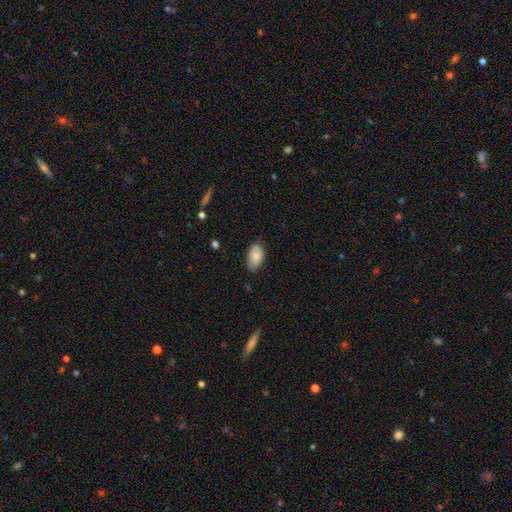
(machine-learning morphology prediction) A smooth galaxy with no disk features (82%) that is in between round and cigar-shaped (94%).

Vote fractions:
- Smooth or featured? smooth: 82% / featured or disk: 11% / star or artifact: 7%
- How rounded? in between: 94% / round: 5% / cigar-shaped: 1%
- Merging? none: 75% / minor disturbance: 21% / major disturbance: 3% / merger: 1%